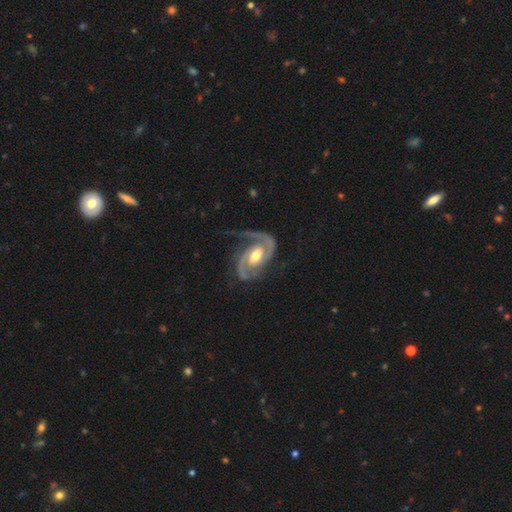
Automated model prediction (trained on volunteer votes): This is clearly a featured or disk galaxy (93%). It is clearly not viewed edge-on (97%). Bar: marginally weak (41%). Spiral arm pattern: clearly yes (98%). Spiral arm count: clearly 2 (89%). Spiral winding: possibly medium (51%). Central bulge: likely moderate (75%). Merging: likely none (62%).